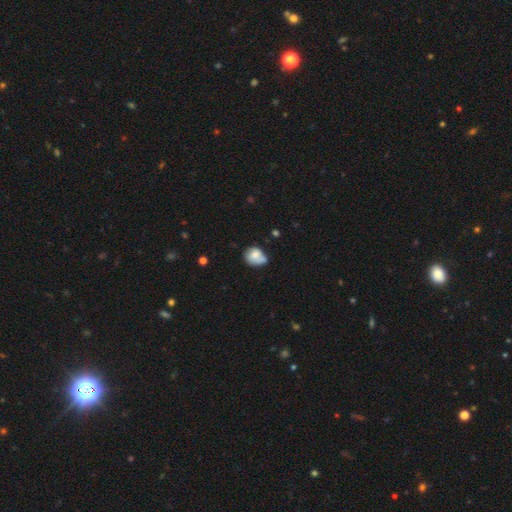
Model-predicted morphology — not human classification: smooth 72%, featured or disk 19%, star or artifact 9%. Down the decision tree: how rounded — round (50%); merging — none (39%).